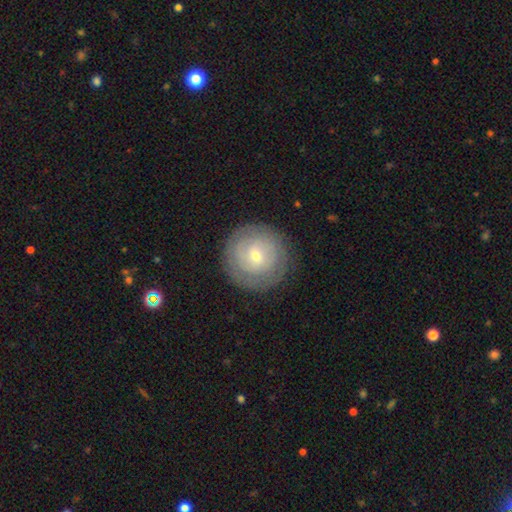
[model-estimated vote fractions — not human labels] smooth-or-featured: featured or disk: 58% | smooth: 35% | star or artifact: 7%
  disk-edge-on: no: 97% | yes: 3%
    bar: no: 54% | weak: 38% | strong: 9%
    has-spiral-arms: yes: 72% | no: 28%
    bulge-size: small: 65% | moderate: 31% | large: 2% | none: 1% | dominant: 1%
  merging: none: 86% | minor disturbance: 9% | major disturbance: 3% | merger: 1%